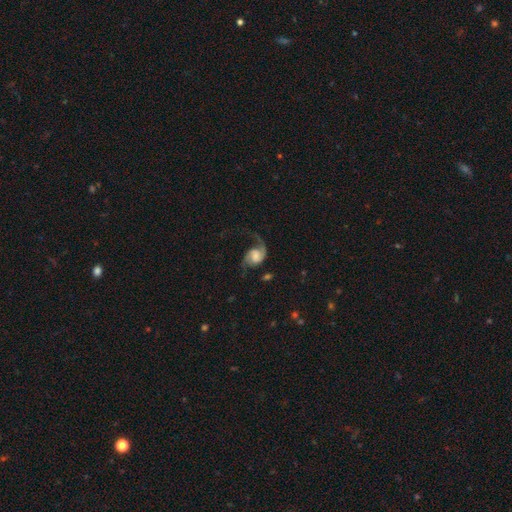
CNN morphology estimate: Smooth or featured: featured or disk — 81% (smooth — 13%)
Edge-on disk: no — 98% (yes — 2%)
Bar: no — 62% (weak — 31%)
Spiral arms: yes — 96% (no — 4%)
Spiral winding: loose — 59% (medium — 32%)
Spiral arm count: 2 — 73% (1 — 22%)
Bulge size: moderate — 30% (small — 24%)
Merging: none — 49% (major disturbance — 29%)